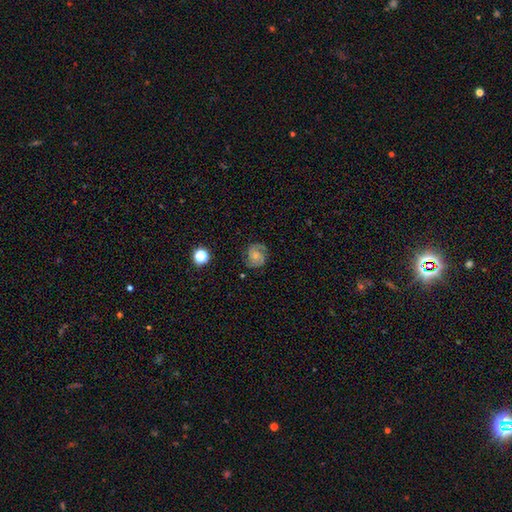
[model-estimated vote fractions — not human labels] This appears to be a featured or disk galaxy (74%) with no bar (69%), 2 (78%) tight (50%) spiral arms (96%) and a small central bulge (57%). Merging: none (77%).